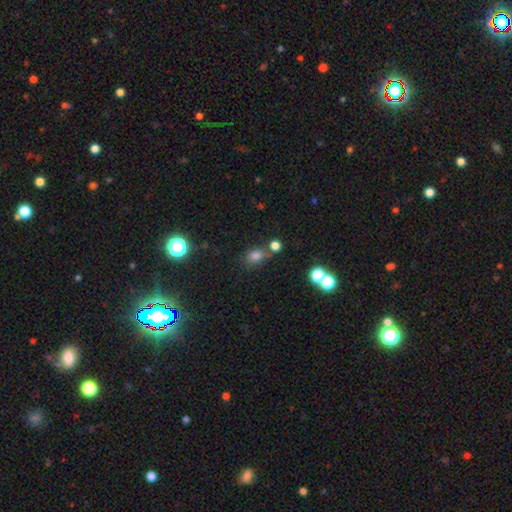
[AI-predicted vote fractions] Smooth or featured: smooth — 74% (star or artifact — 19%)
How rounded: in between — 54% (round — 44%)
Merging: none — 59% (merger — 19%)